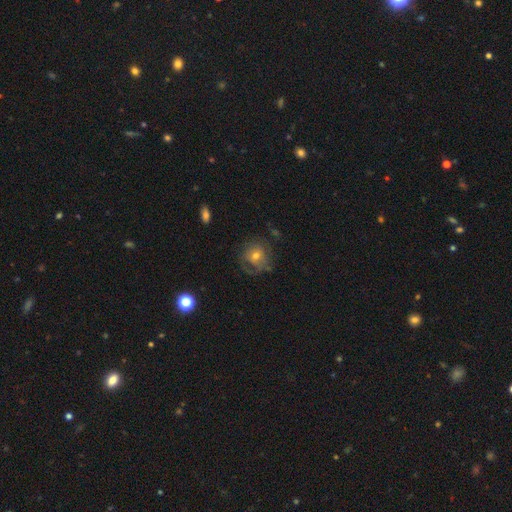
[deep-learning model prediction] A smooth galaxy with no disk features (46%).

Vote fractions:
- Smooth or featured? smooth: 46% / featured or disk: 43% / star or artifact: 11%
- Merging? none: 57% / minor disturbance: 22% / major disturbance: 19% / merger: 2%